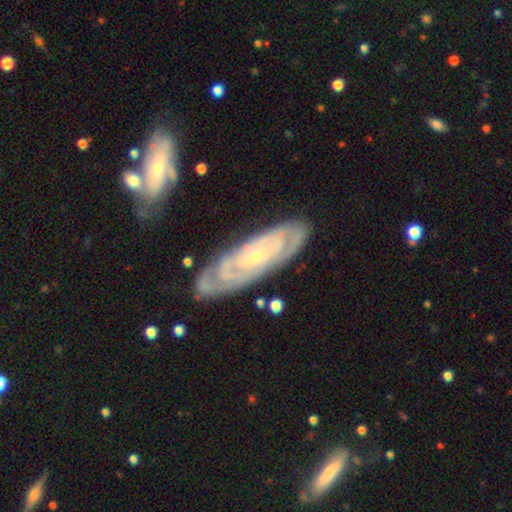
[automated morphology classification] Smooth or featured? featured or disk (84%)
Edge-on disk? no (89%)
Bar? no (59%)
Spiral arms? yes (94%)
Spiral winding? tight (79%)
Spiral arm count? can't tell (44%)
Bulge size? small (82%)
Merging? none (77%)